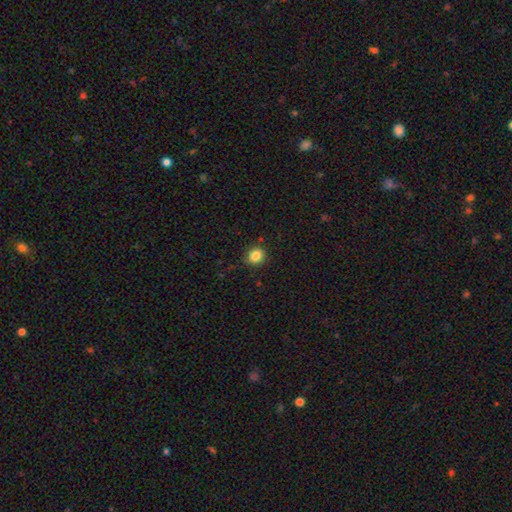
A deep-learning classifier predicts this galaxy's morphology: The model was most divided on "how rounded": round: 76%, in between: 23%, cigar-shaped: 1%. More confident: merging — none (85%); smooth or featured — smooth (85%).